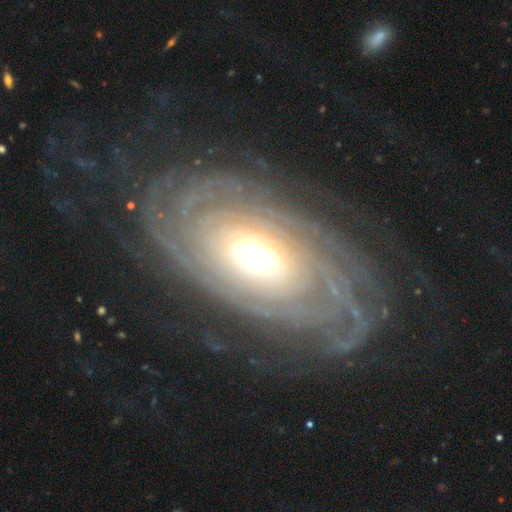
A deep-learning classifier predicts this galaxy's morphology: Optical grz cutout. It shows a featured or disk galaxy (88%) with no bar (73%), tight (83%) spiral arms (94%) and a moderate central bulge (65%). Merging: none (75%).